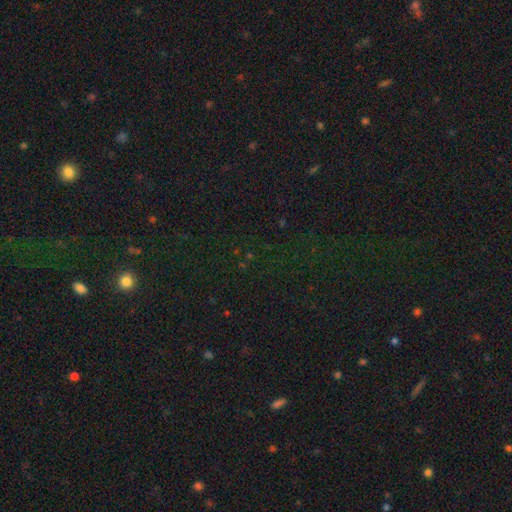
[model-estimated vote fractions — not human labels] smooth_or_featured: star or artifact (p=0.75) [alt: smooth p=0.16]